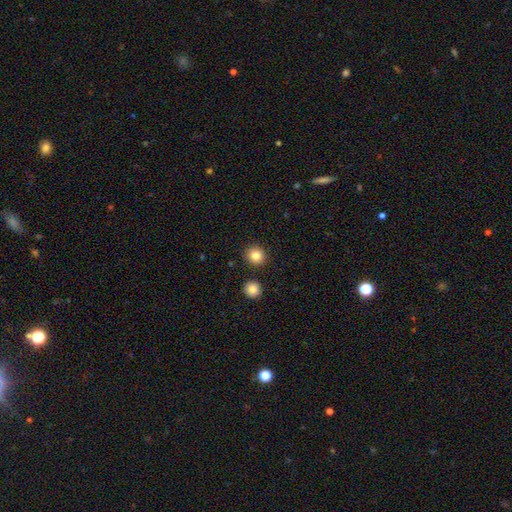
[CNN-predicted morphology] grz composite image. It shows a smooth galaxy with no disk features (84%) that is round (90%). Merging: none (89%).